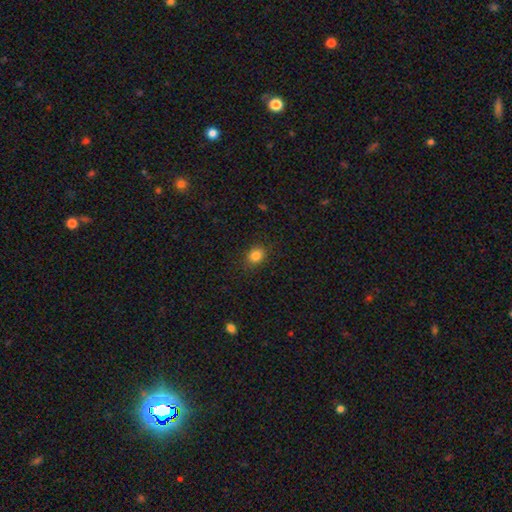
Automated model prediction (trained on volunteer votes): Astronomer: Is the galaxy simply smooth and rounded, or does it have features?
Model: smooth — 84%.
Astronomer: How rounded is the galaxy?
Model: in between — 51% (runner-up: round, 48%).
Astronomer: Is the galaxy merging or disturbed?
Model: none — 85%.